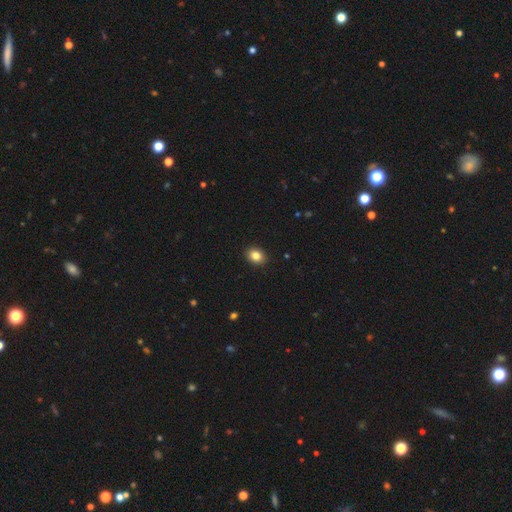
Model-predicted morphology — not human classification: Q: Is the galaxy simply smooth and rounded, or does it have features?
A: smooth — 85%.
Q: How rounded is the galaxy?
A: in between — 53%.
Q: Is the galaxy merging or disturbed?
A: none — 91%.